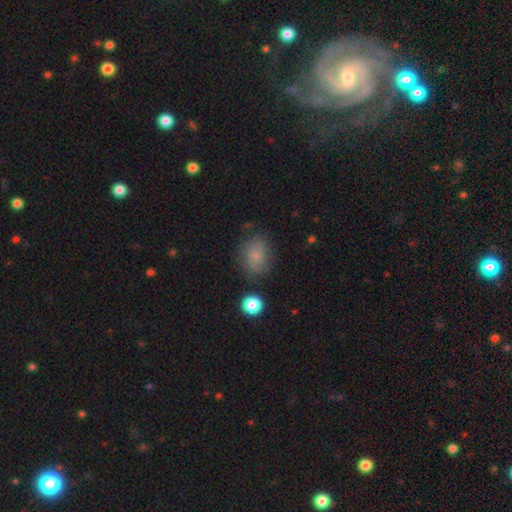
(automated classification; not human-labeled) Smooth or featured? smooth (77%)
How rounded? in between (57%)
Merging? none (72%)